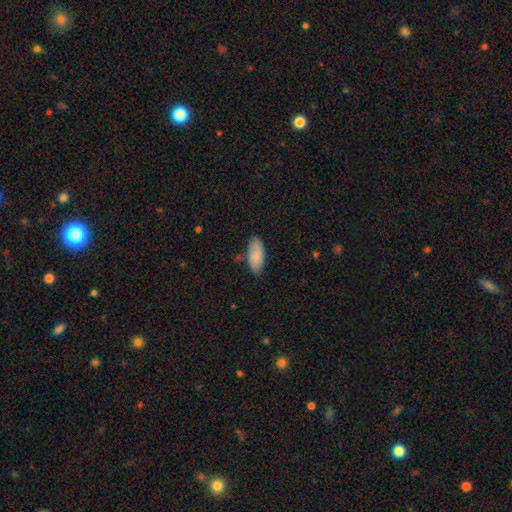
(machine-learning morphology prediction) Smooth or featured?
  - smooth: 84% *
  - featured or disk: 10%
  - star or artifact: 6%
How rounded?
  - in between: 89% *
  - cigar-shaped: 9%
  - round: 2%
Merging?
  - none: 76% *
  - minor disturbance: 19%
  - major disturbance: 3%
  - merger: 2%